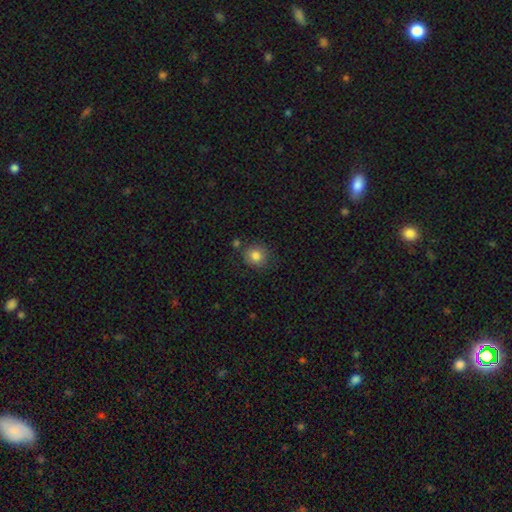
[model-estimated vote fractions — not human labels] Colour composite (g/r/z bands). It shows a smooth galaxy with no disk features (83%) that is round (87%). Merging: none (80%).